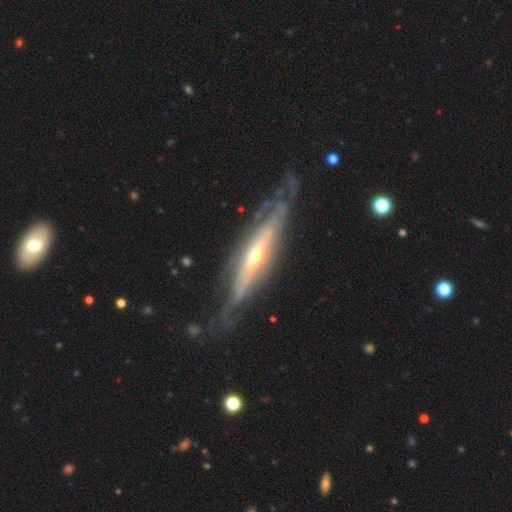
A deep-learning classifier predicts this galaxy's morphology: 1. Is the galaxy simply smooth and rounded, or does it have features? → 85% featured or disk, 10% smooth, 5% star or artifact.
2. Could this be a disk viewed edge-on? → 53% yes, 47% no.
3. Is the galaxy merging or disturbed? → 67% none, 21% minor disturbance, 10% major disturbance, 2% merger.